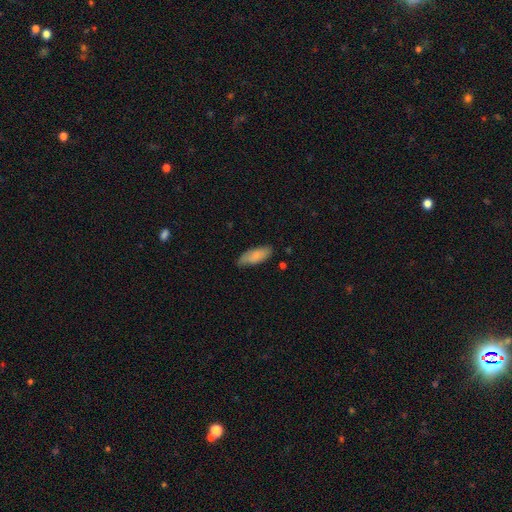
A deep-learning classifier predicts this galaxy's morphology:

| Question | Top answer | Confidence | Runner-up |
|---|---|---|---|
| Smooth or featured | smooth | 81% | featured or disk (14%) |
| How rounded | in between | 69% | cigar-shaped (29%) |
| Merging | none | 77% | minor disturbance (19%) |